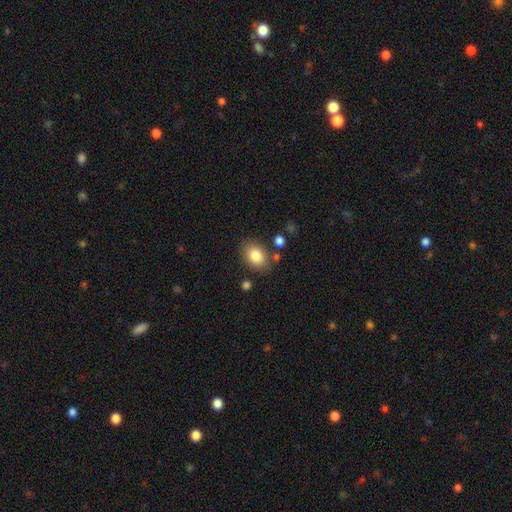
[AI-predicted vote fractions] smooth-or-featured: smooth: 83% | featured or disk: 8% | star or artifact: 8%
  how-rounded: in between: 75% | round: 24% | cigar-shaped: 1%
  merging: none: 79% | minor disturbance: 12% | merger: 5% | major disturbance: 3%